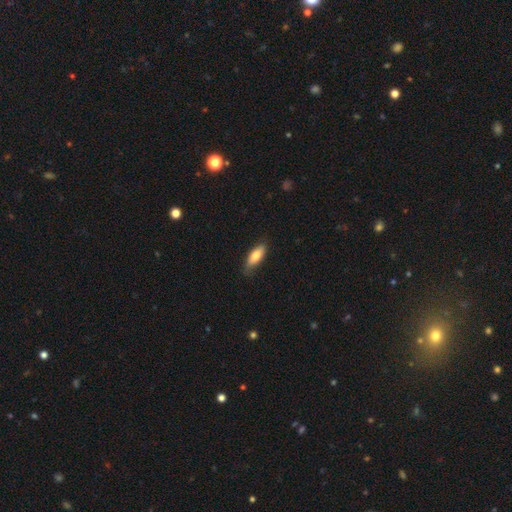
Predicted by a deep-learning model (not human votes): This is likely a smooth galaxy (79%). How rounded: likely in between (70%). Merging: likely none (78%).